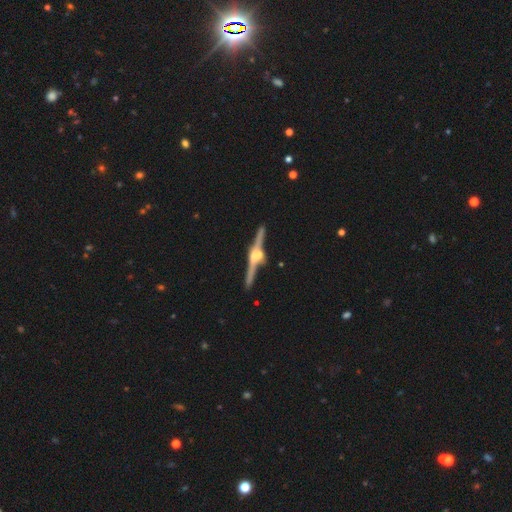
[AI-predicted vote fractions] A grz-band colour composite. It shows a featured or disk galaxy (85%) viewed edge-on (97%) with a rounded central bulge (88%). Merging: none (79%).